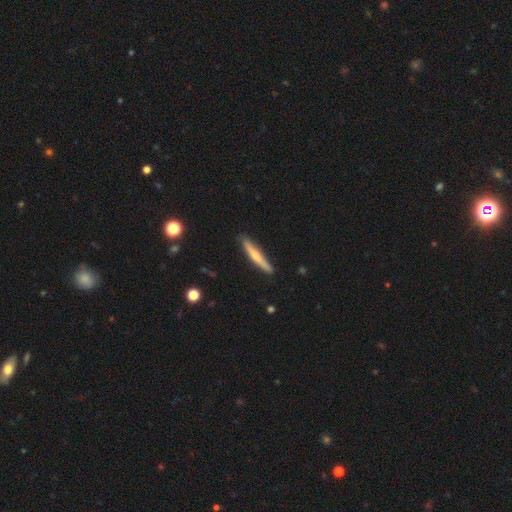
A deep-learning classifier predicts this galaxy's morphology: smooth_or_featured: smooth (p=0.50) [alt: featured or disk p=0.44]
how_rounded: cigar-shaped (p=0.93) [alt: in between p=0.05]
merging: none (p=0.87) [alt: minor disturbance p=0.10]